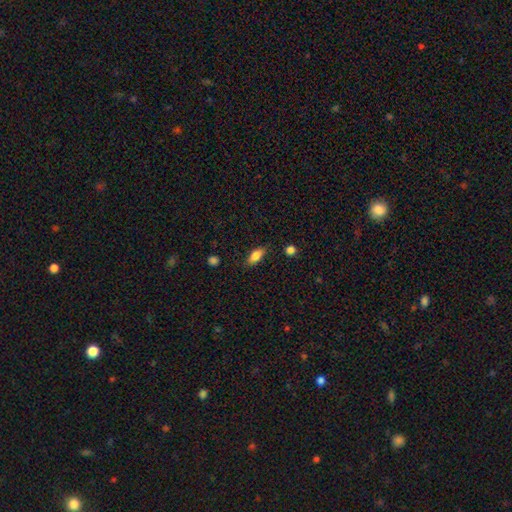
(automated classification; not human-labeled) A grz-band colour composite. It shows a smooth galaxy with no disk features (82%) that is in between round and cigar-shaped (84%). Merging: none (82%).